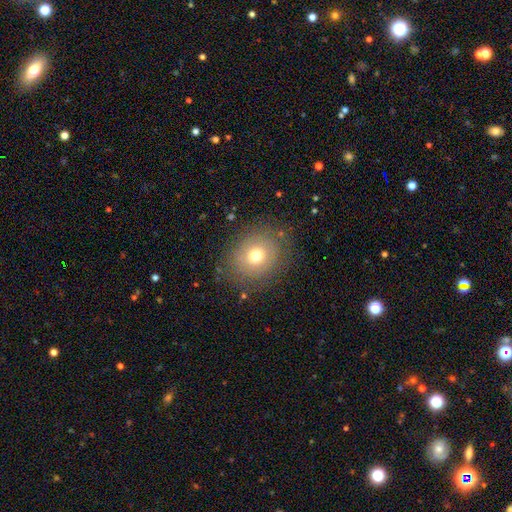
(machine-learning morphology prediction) This appears to be a smooth galaxy with no disk features (68%) that is round (69%). Merging: none (81%).